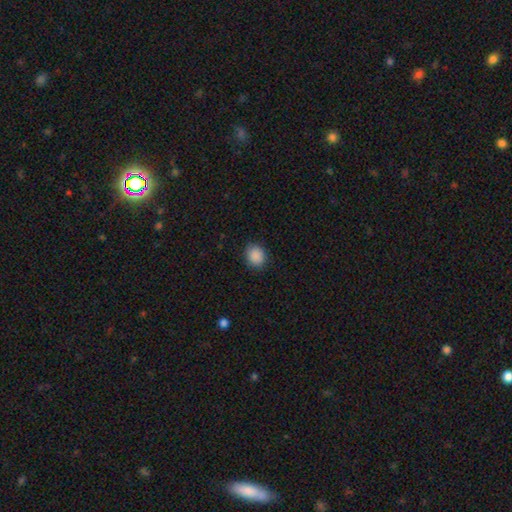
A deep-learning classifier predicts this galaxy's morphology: Smooth or featured: smooth — 89% (star or artifact — 9%)
How rounded: round — 66% (in between — 33%)
Merging: none — 88% (minor disturbance — 9%)